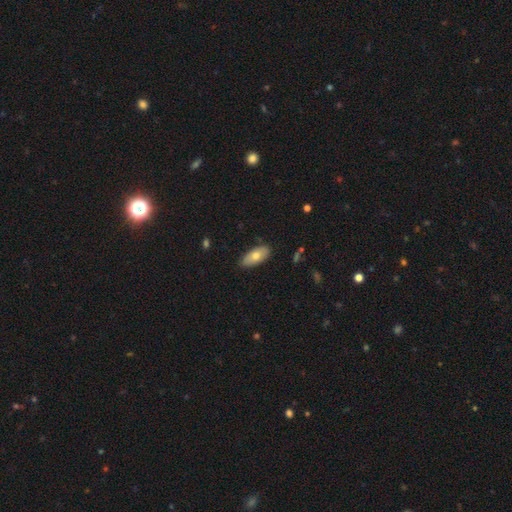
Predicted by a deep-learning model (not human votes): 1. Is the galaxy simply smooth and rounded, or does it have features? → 70% smooth, 24% featured or disk, 6% star or artifact.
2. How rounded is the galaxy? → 87% in between, 11% cigar-shaped, 3% round.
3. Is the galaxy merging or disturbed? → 86% none, 11% minor disturbance, 2% major disturbance, 1% merger.